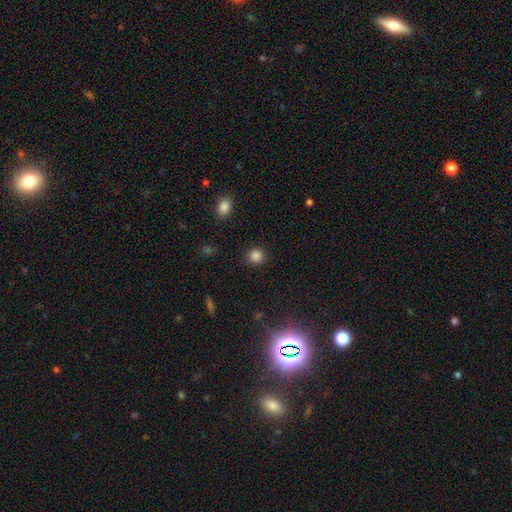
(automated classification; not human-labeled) A smooth galaxy with no disk features (85%) that is round (90%).

Vote fractions:
- Smooth or featured? smooth: 85% / star or artifact: 12% / featured or disk: 3%
- How rounded? round: 90% / in between: 9% / cigar-shaped: 1%
- Merging? none: 90% / minor disturbance: 6% / major disturbance: 2% / merger: 1%